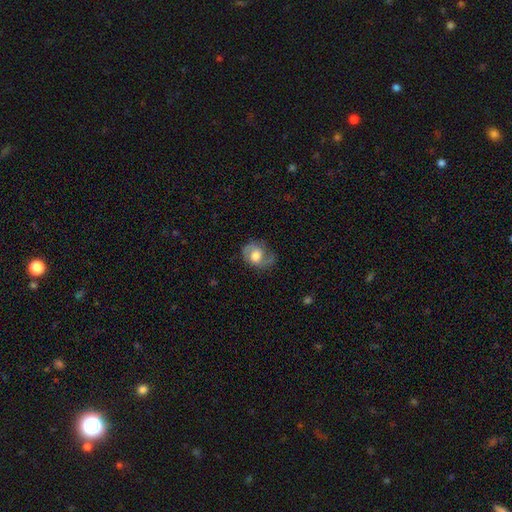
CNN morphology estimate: Smooth or featured? featured or disk (58%)
Edge-on disk? no (97%)
Bar? no (64%)
Spiral arms? yes (86%)
Bulge size? moderate (48%)
Merging? none (62%)